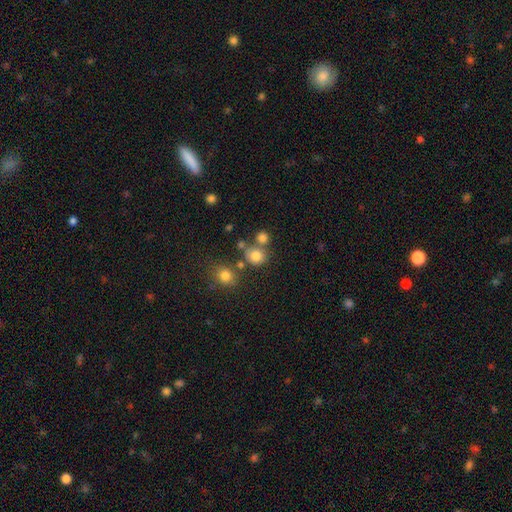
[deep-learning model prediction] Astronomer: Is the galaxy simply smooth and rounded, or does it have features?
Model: smooth — 77%.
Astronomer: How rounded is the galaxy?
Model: round — 83%.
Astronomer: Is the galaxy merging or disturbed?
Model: none — 63%.